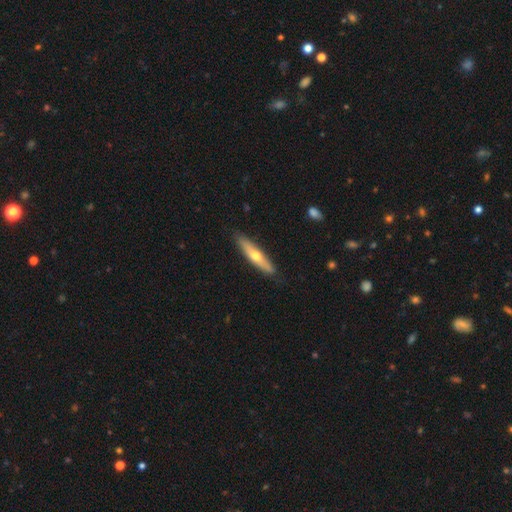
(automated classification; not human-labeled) Smooth or featured?
  - smooth: 49% *
  - featured or disk: 46%
  - star or artifact: 5%
Merging?
  - none: 87% *
  - minor disturbance: 10%
  - major disturbance: 2%
  - merger: 1%